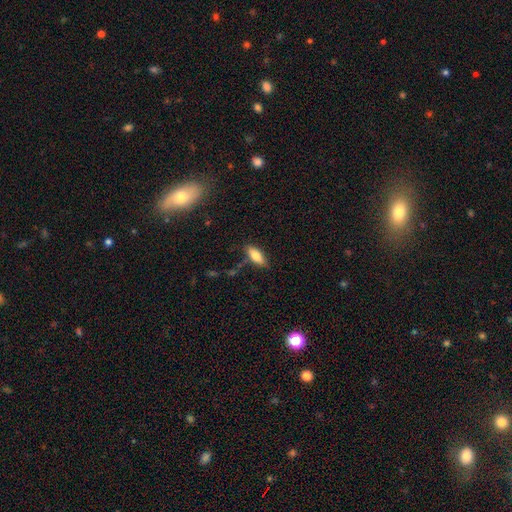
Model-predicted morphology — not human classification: The model was most divided on "how rounded": in between: 71%, cigar-shaped: 27%, round: 2%. More confident: merging — none (77%); smooth or featured — smooth (75%).